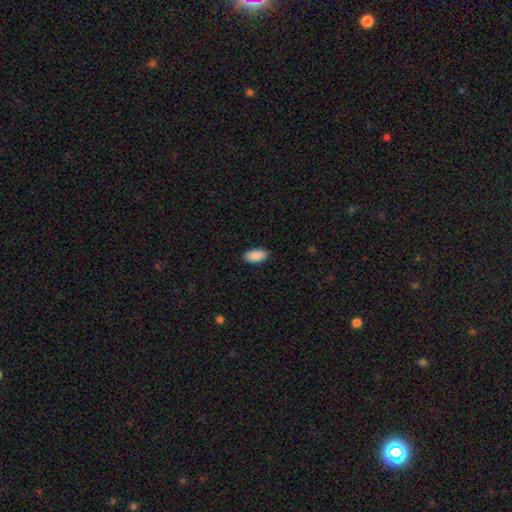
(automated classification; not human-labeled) A smooth galaxy with no disk features (91%) that is in between round and cigar-shaped (93%).

Vote fractions:
- Smooth or featured? smooth: 91% / star or artifact: 6% / featured or disk: 3%
- How rounded? in between: 93% / cigar-shaped: 4% / round: 2%
- Merging? none: 90% / minor disturbance: 7% / major disturbance: 2% / merger: 1%